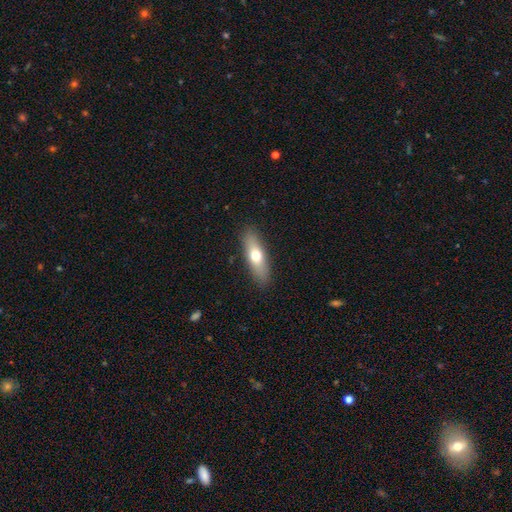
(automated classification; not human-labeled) Overall: smooth (64%; featured or disk 30%). How rounded: cigar-shaped (49%; in between 48%). Merging: none (88%).